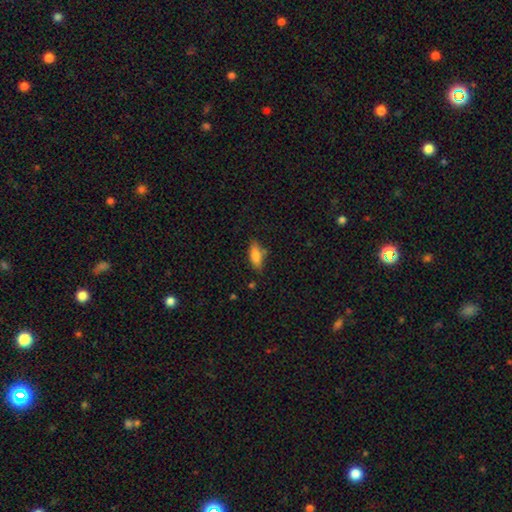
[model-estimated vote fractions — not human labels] Smooth or featured? Predicted: smooth (p=0.79). How rounded? Predicted: in between (p=0.75). Merging? Predicted: none (p=0.69).